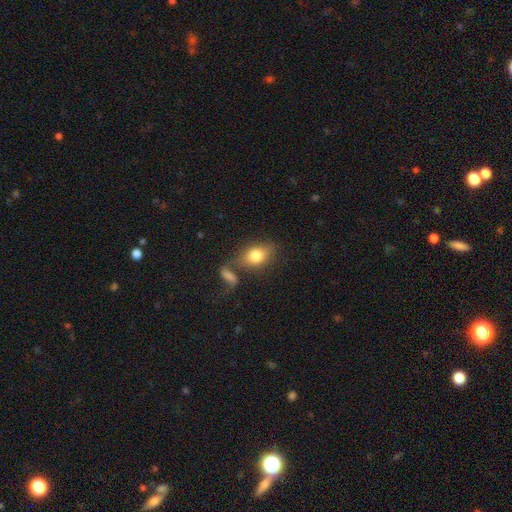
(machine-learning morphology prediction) Smooth or featured? Predicted: smooth (p=0.79). How rounded? Predicted: in between (p=0.78). Merging? Predicted: none (p=0.58).